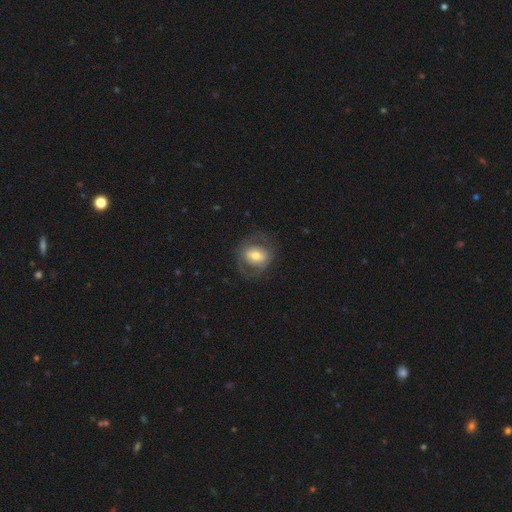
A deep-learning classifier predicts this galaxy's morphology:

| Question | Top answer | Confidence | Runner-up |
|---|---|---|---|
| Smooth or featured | smooth | 50% | featured or disk (43%) |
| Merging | none | 69% | minor disturbance (16%) |